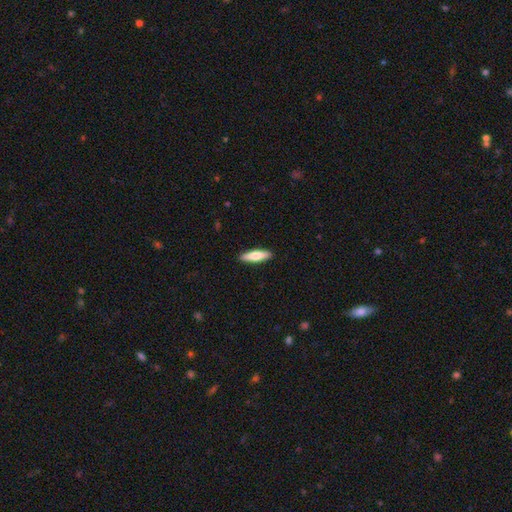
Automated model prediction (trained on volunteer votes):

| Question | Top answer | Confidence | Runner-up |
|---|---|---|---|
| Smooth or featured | smooth | 69% | featured or disk (25%) |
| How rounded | cigar-shaped | 68% | in between (30%) |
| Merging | none | 90% | minor disturbance (7%) |